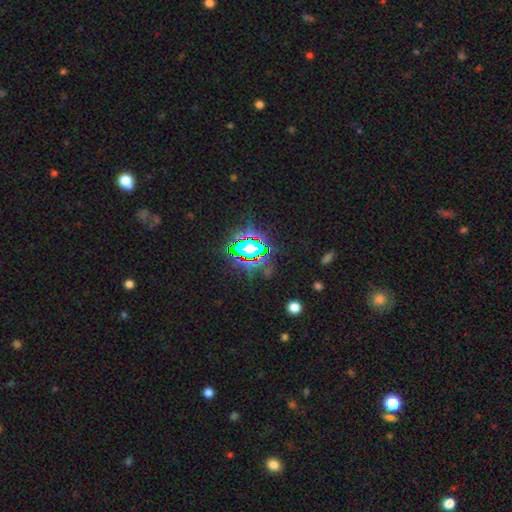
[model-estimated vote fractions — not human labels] smooth-or-featured: star or artifact: 81% | smooth: 12% | featured or disk: 7%